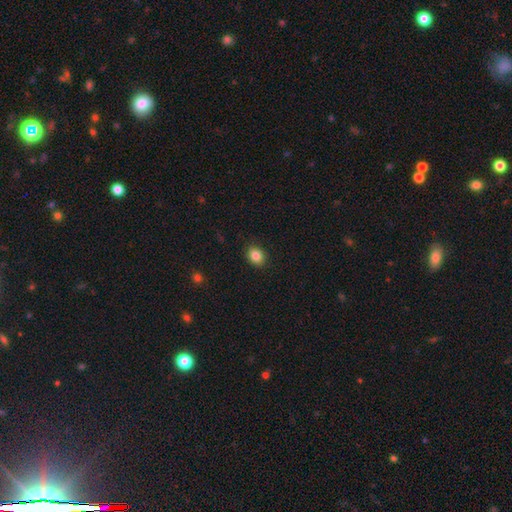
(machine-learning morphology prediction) This is clearly a smooth galaxy (86%). How rounded: possibly in between (50%, tied with round). Merging: clearly none (89%).